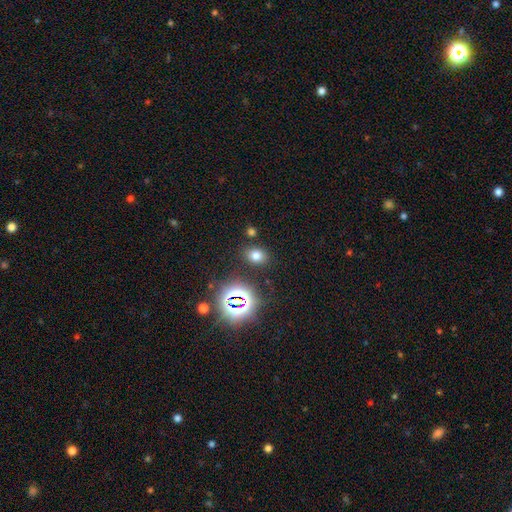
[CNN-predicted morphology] type=smooth (71%); roundness=in between (56%); merging=none (84%).